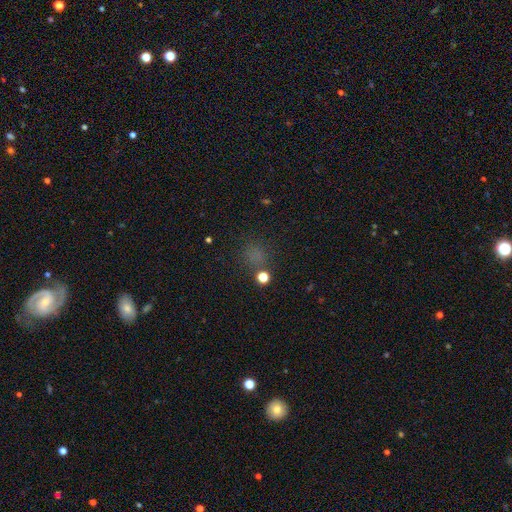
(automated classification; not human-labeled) Smooth or featured: smooth — 62% (star or artifact — 32%)
How rounded: round — 79% (in between — 20%)
Merging: none — 75% (minor disturbance — 12%)